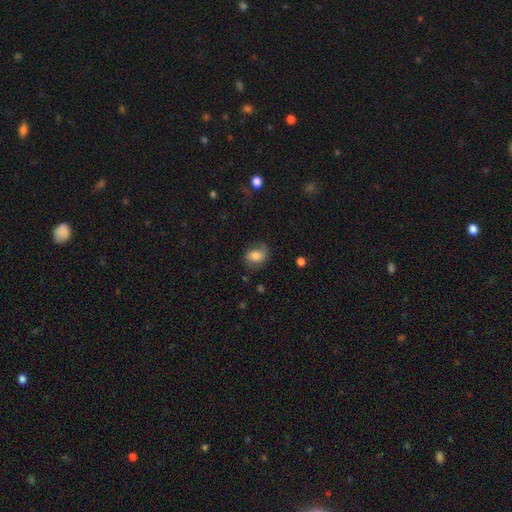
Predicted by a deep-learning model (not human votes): Overall: smooth (70%). How rounded: in between (56%; round 43%). Merging: none (60%; minor disturbance 26%).